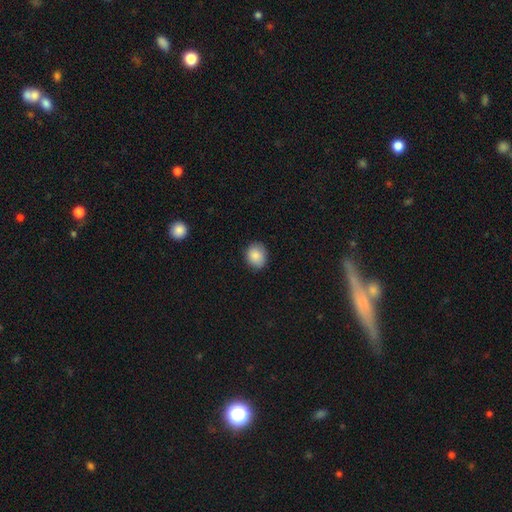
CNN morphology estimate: Smooth or featured? Predicted: smooth (p=0.87). How rounded? Predicted: round (p=0.65). Merging? Predicted: none (p=0.86).